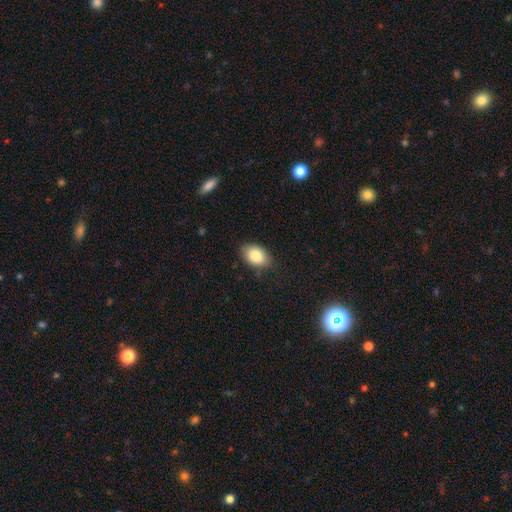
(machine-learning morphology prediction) A smooth galaxy with no disk features (85%) that is in between round and cigar-shaped (85%).

Vote fractions:
- Smooth or featured? smooth: 85% / featured or disk: 8% / star or artifact: 8%
- How rounded? in between: 85% / round: 14% / cigar-shaped: 1%
- Merging? none: 80% / minor disturbance: 16% / major disturbance: 3% / merger: 1%